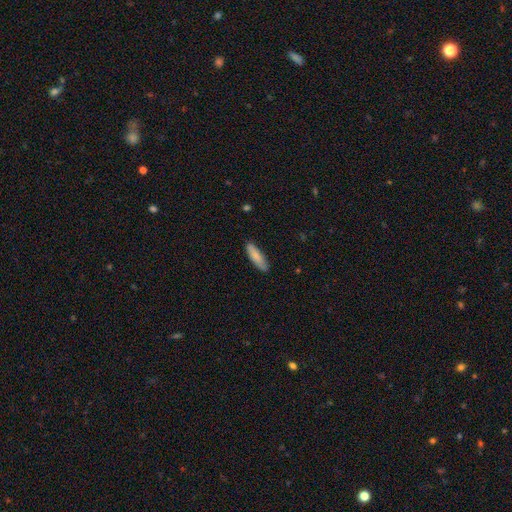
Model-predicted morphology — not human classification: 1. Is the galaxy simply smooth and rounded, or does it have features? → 82% smooth, 12% featured or disk, 6% star or artifact.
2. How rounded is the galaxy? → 56% cigar-shaped, 42% in between, 2% round.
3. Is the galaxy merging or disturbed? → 83% none, 14% minor disturbance, 2% major disturbance, 1% merger.